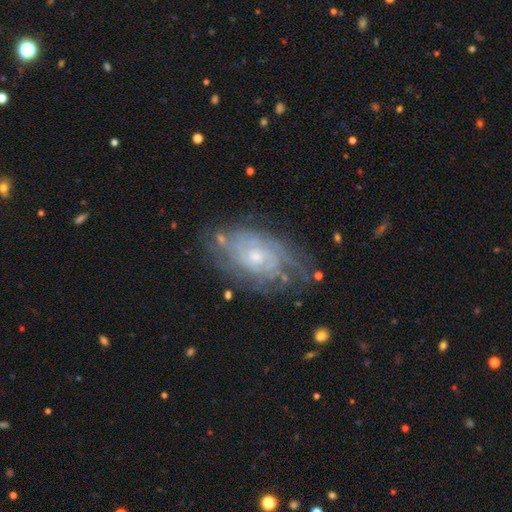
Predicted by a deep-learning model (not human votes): A featured or disk galaxy (81%) with no bar (75%), tight (69%) spiral arms (90%) and a small central bulge (54%).

Vote fractions:
- Smooth or featured? featured or disk: 81% / smooth: 12% / star or artifact: 7%
- Edge-on disk? no: 95% / yes: 5%
- Bar? no: 75% / weak: 21% / strong: 4%
- Spiral arms? yes: 90% / no: 10%
- Spiral winding? tight: 69% / medium: 24% / loose: 7%
- Spiral arm count? can't tell: 51% / 2: 17% / 3: 12% / 4: 10% / more than 4: 6% / 1: 5%
- Bulge size? small: 54% / moderate: 39% / none: 3% / large: 3% / dominant: 1%
- Merging? none: 68% / minor disturbance: 20% / major disturbance: 9% / merger: 2%